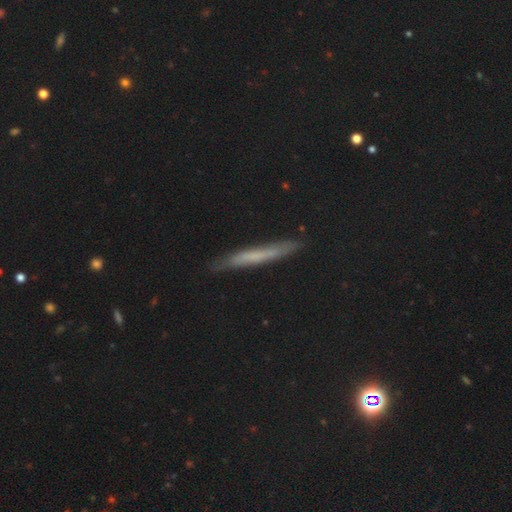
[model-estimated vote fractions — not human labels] Smooth or featured? Predicted: smooth (p=0.47). Merging? Predicted: none (p=0.82).